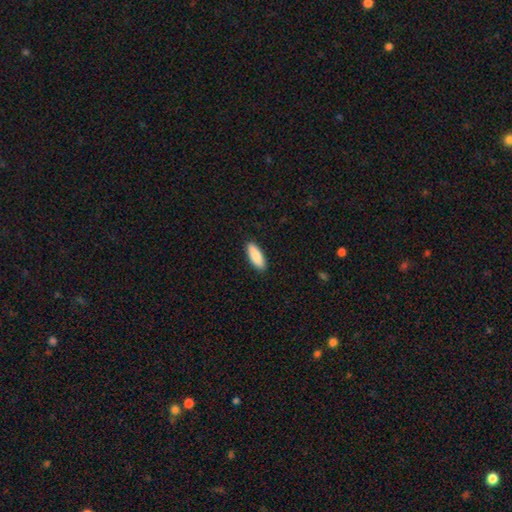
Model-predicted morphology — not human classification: type=smooth (88%); roundness=in between (63%); merging=none (90%).